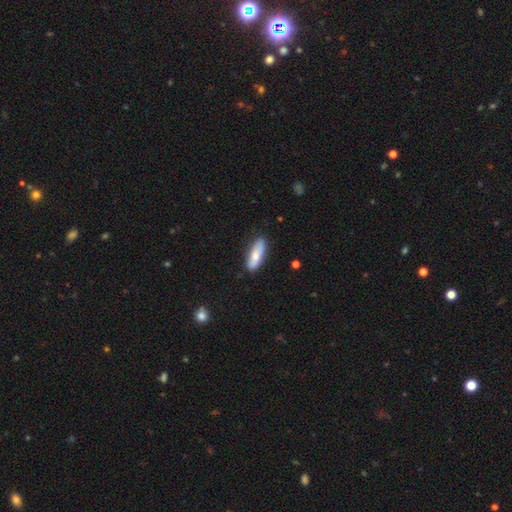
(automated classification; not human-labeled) smooth_or_featured: smooth (p=0.69) [alt: featured or disk p=0.26]
how_rounded: in between (p=0.58) [alt: cigar-shaped p=0.40]
merging: none (p=0.82) [alt: minor disturbance p=0.14]